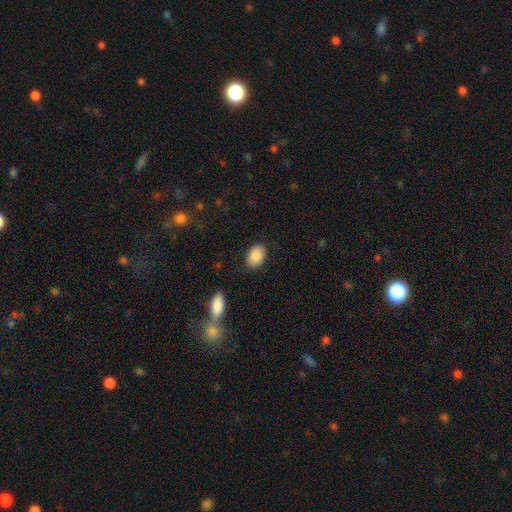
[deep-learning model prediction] Smooth or featured: smooth — 87% (star or artifact — 7%)
How rounded: in between — 82% (round — 17%)
Merging: none — 86% (minor disturbance — 10%)